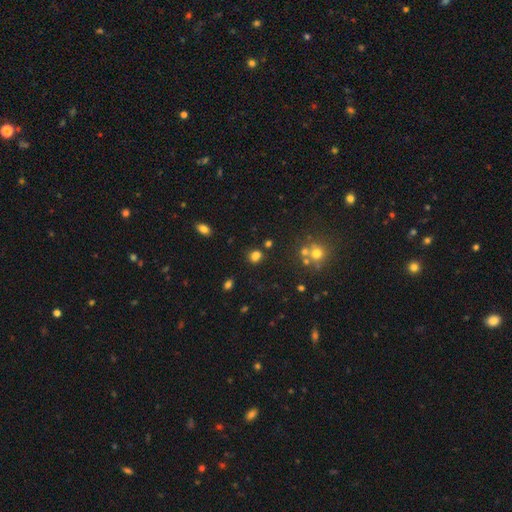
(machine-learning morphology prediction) Smooth or featured? Predicted: smooth (p=0.72). How rounded? Predicted: round (p=0.63). Merging? Predicted: none (p=0.71).